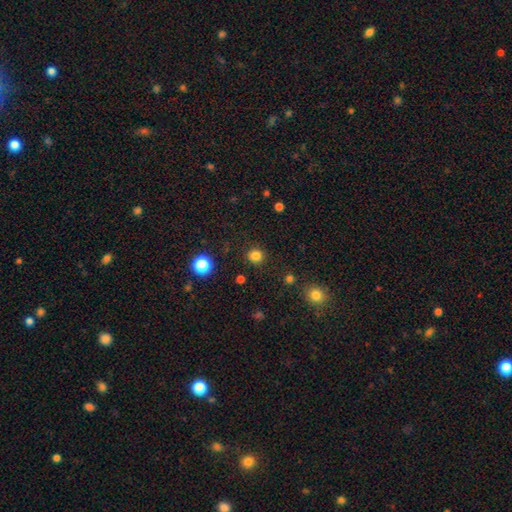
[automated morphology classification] Smooth or featured? Predicted: smooth (p=0.83). How rounded? Predicted: round (p=0.92). Merging? Predicted: none (p=0.90).